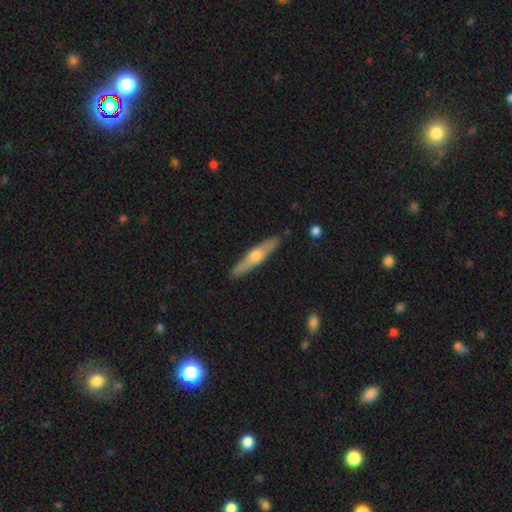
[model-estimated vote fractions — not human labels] Q: Smooth or featured?
A: featured or disk (58%); runner-up: smooth (37%)
Q: Edge-on disk?
A: yes (91%); runner-up: no (9%)
Q: Edge-on bulge?
A: rounded (90%); runner-up: none (7%)
Q: Merging?
A: none (90%); runner-up: minor disturbance (8%)